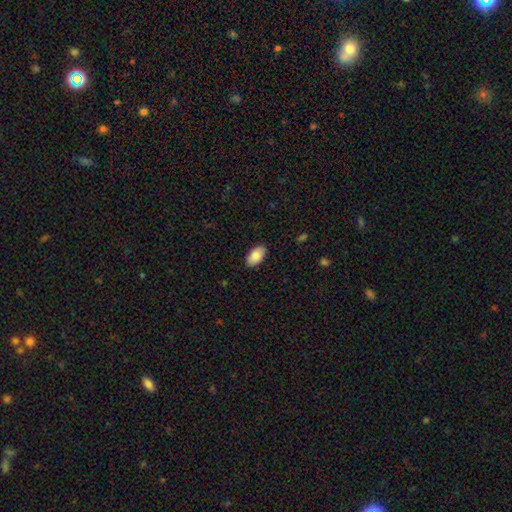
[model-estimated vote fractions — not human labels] A smooth galaxy with no disk features (86%) that is in between round and cigar-shaped (95%). Merging: none (88%).